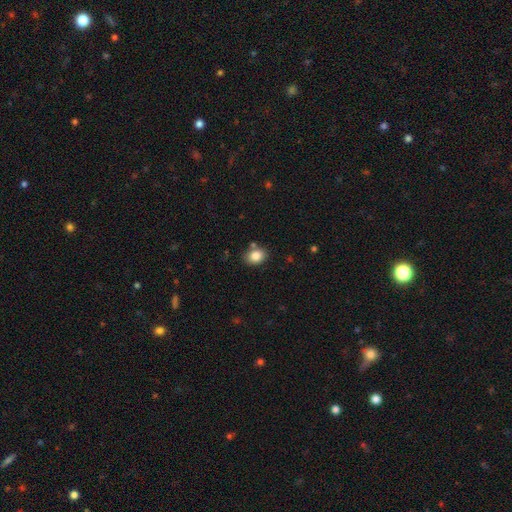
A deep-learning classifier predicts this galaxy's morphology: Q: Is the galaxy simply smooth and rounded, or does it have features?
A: smooth — 84%.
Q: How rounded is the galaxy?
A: in between — 64%.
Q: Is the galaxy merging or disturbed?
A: none — 78%.